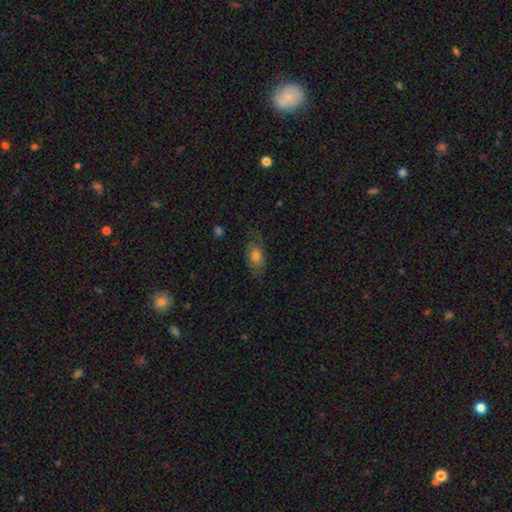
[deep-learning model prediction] Smooth or featured?
  - smooth: 62% *
  - featured or disk: 29%
  - star or artifact: 8%
How rounded?
  - in between: 86% *
  - round: 8%
  - cigar-shaped: 6%
Merging?
  - none: 60% *
  - minor disturbance: 25%
  - major disturbance: 13%
  - merger: 2%